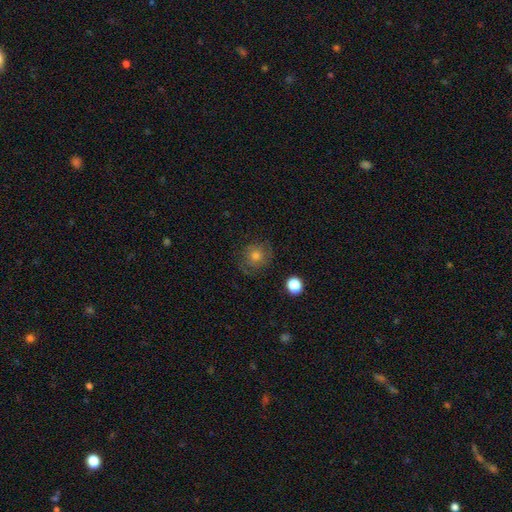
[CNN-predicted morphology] Overall: smooth (57%; featured or disk 28%). How rounded: round (88%). Merging: none (78%).